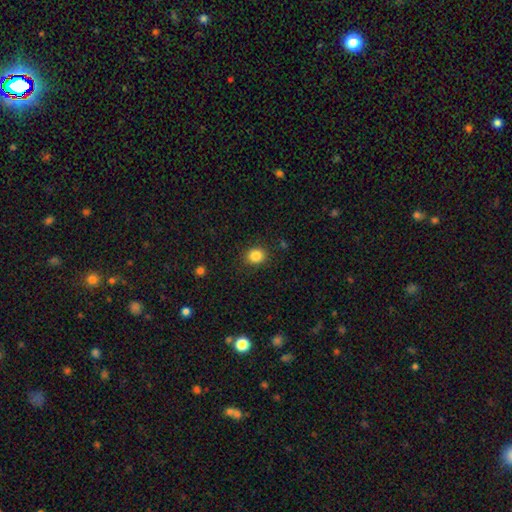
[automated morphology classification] This appears to be a smooth galaxy with no disk features (85%) that is round (74%). Merging: none (88%).